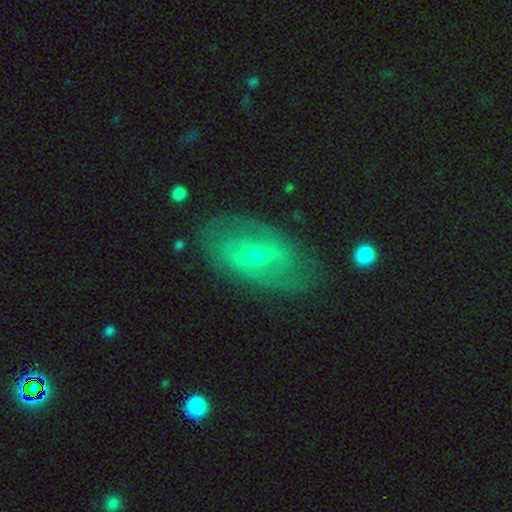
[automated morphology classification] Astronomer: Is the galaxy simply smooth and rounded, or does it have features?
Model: featured or disk — 70%.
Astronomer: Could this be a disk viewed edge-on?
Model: no — 92%.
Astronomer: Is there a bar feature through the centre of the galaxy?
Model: weak — 44% (runner-up: strong, 30%).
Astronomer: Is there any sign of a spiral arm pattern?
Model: yes — 56% (runner-up: no, 44%).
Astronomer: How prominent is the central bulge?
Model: small — 55% (runner-up: moderate, 40%).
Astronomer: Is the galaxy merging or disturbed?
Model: none — 74%.